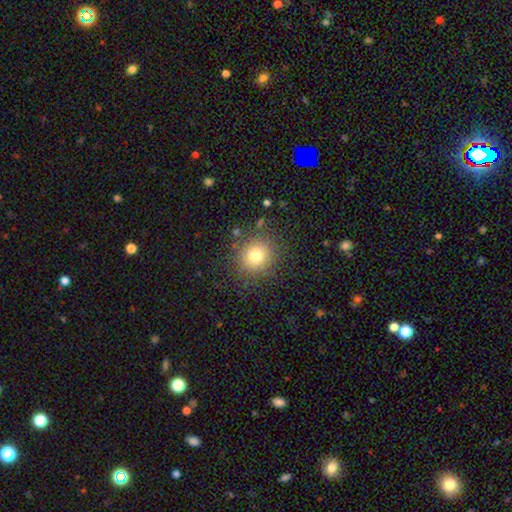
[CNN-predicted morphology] A smooth galaxy with no disk features (76%) that is round (87%). Merging: none (85%).